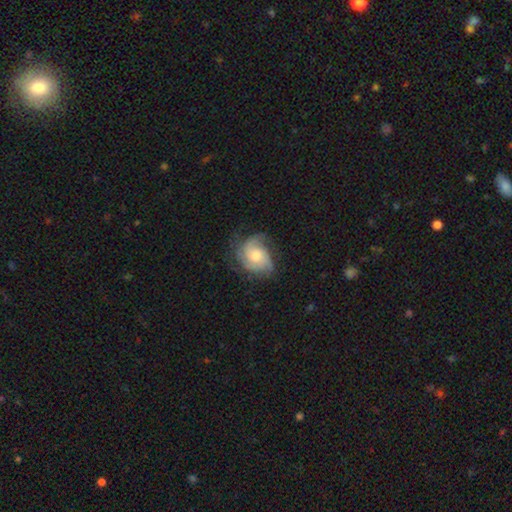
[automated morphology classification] smooth_or_featured: featured or disk (p=0.72) [alt: smooth p=0.21]
disk_edge_on: no (p=0.98) [alt: yes p=0.02]
bar: no (p=0.73) [alt: weak p=0.24]
has_spiral_arms: yes (p=0.94) [alt: no p=0.06]
spiral_winding: medium (p=0.42) [tied with: tight p=0.42]
spiral_arm_count: 3 (p=0.34) [alt: 2 p=0.25]
bulge_size: moderate (p=0.56) [alt: small p=0.22]
merging: none (p=0.61) [alt: minor disturbance p=0.23]